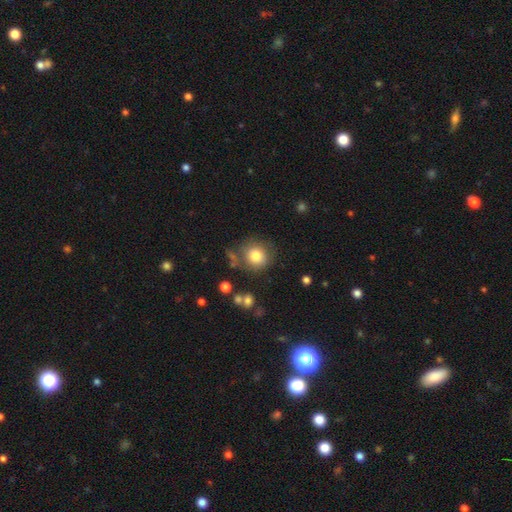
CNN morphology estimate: Smooth or featured? Predicted: smooth (p=0.80). How rounded? Predicted: round (p=0.89). Merging? Predicted: none (p=0.75).